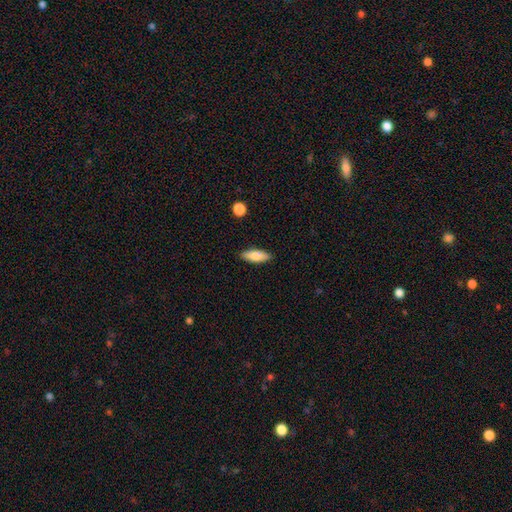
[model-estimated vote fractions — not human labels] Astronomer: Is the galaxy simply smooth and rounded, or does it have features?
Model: smooth — 77%.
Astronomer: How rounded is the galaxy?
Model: in between — 64%.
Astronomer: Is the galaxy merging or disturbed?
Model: none — 87%.